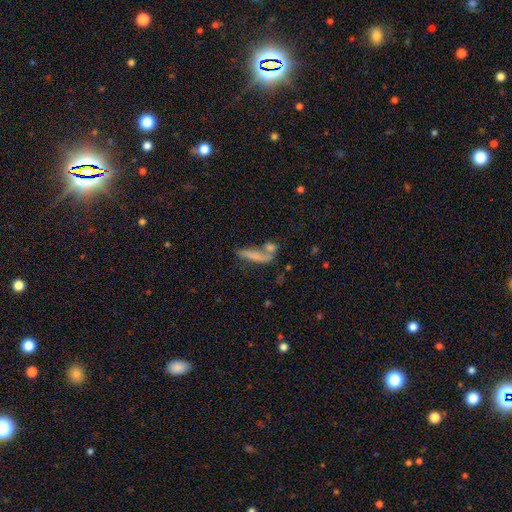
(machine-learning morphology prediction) Q: Smooth or featured?
A: smooth (67%); runner-up: featured or disk (22%)
Q: How rounded?
A: cigar-shaped (73%); runner-up: in between (24%)
Q: Merging?
A: none (41%); runner-up: merger (36%)